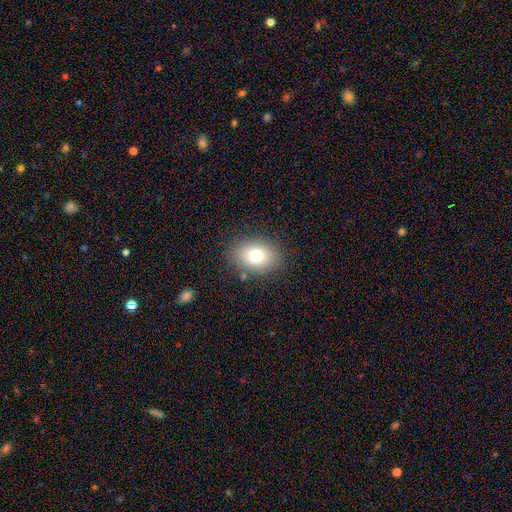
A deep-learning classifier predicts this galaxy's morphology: Smooth or featured?
  - smooth: 79% *
  - featured or disk: 11%
  - star or artifact: 10%
How rounded?
  - in between: 71% *
  - round: 28%
  - cigar-shaped: 1%
Merging?
  - none: 85% *
  - minor disturbance: 10%
  - major disturbance: 3%
  - merger: 2%